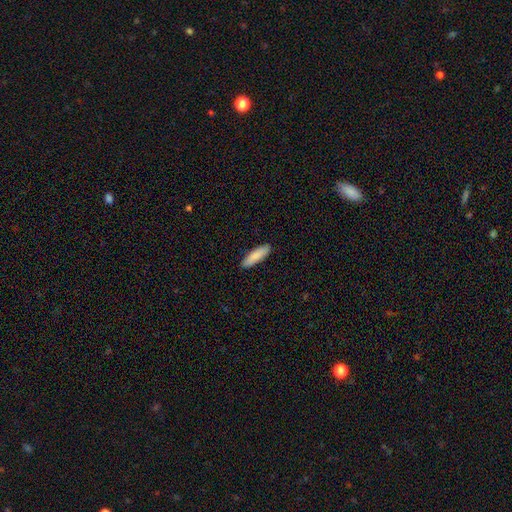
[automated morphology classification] Smooth or featured?
  - smooth: 88% *
  - featured or disk: 7%
  - star or artifact: 5%
How rounded?
  - cigar-shaped: 60% *
  - in between: 38%
  - round: 1%
Merging?
  - none: 90% *
  - minor disturbance: 7%
  - major disturbance: 1%
  - merger: 1%